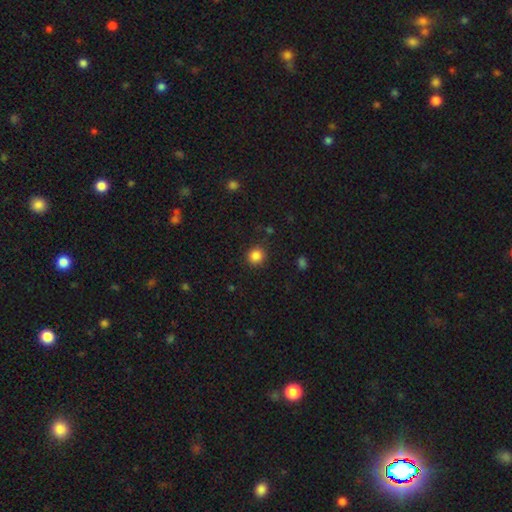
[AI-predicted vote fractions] A smooth galaxy with no disk features (85%) that is round (91%).

Vote fractions:
- Smooth or featured? smooth: 85% / star or artifact: 11% / featured or disk: 4%
- How rounded? round: 91% / in between: 8% / cigar-shaped: 1%
- Merging? none: 87% / minor disturbance: 8% / major disturbance: 3% / merger: 2%